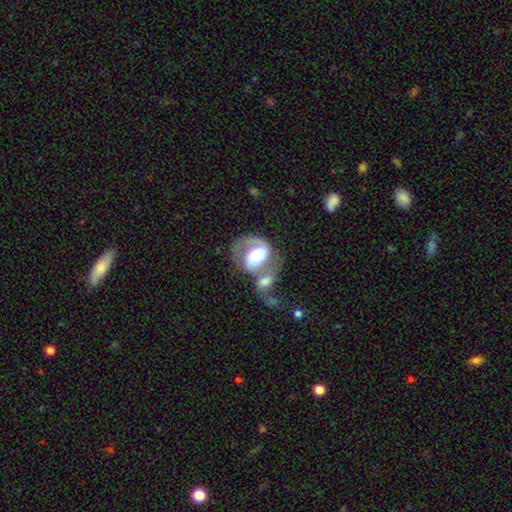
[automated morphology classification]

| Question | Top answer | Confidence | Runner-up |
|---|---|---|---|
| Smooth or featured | featured or disk | 67% | smooth (27%) |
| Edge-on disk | no | 97% | yes (3%) |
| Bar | no | 38% | weak (35%) |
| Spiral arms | yes | 77% | no (23%) |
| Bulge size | moderate | 55% | large (24%) |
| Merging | merger | 54% | none (20%) |